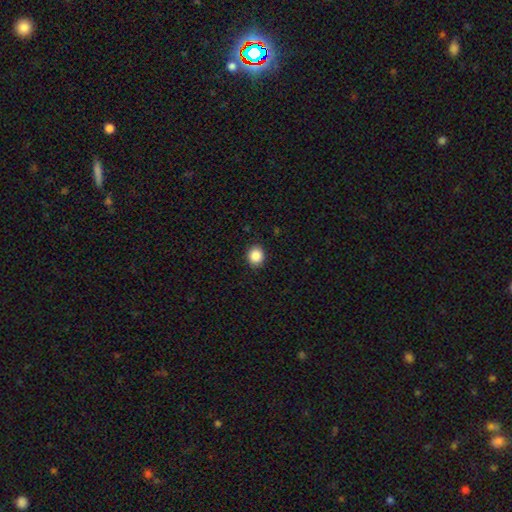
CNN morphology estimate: Smooth or featured? smooth (87%)
How rounded? round (77%)
Merging? none (91%)